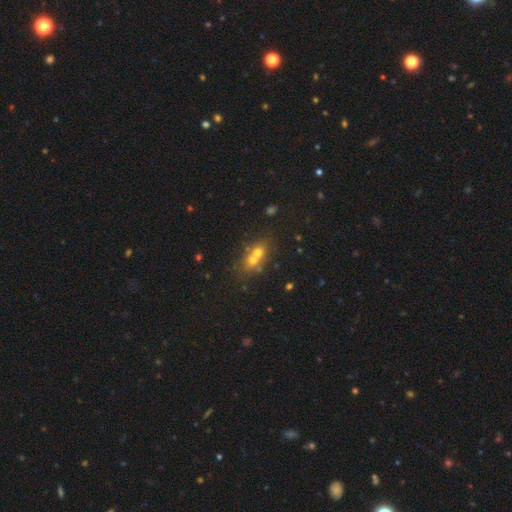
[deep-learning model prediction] The model was most divided on "how rounded": round: 64%, in between: 34%, cigar-shaped: 3%. More confident: merging — merger (61%); smooth or featured — smooth (57%).